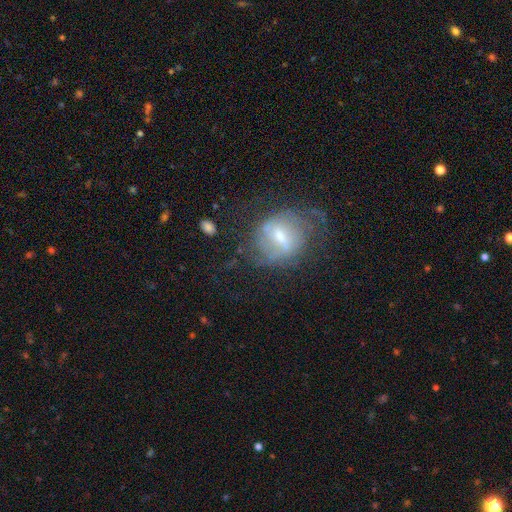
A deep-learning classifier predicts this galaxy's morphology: smooth-or-featured: featured or disk: 62% | smooth: 23% | star or artifact: 15%
  disk-edge-on: no: 93% | yes: 7%
    bar: weak: 46% | strong: 31% | no: 23%
    has-spiral-arms: yes: 67% | no: 33%
    bulge-size: moderate: 47% | small: 43% | large: 6% | none: 3% | dominant: 2%
  merging: none: 66% | minor disturbance: 18% | major disturbance: 14% | merger: 2%